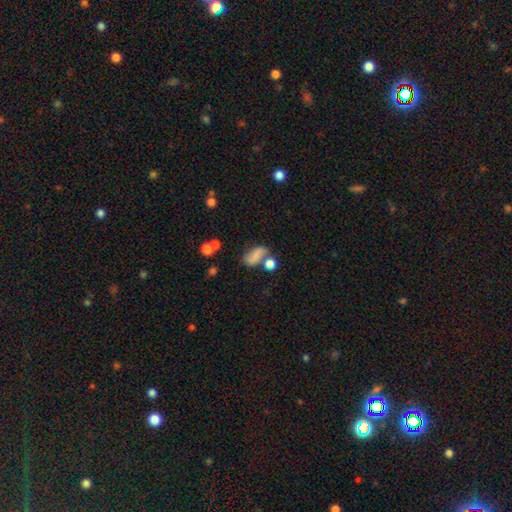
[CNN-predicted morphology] smooth-or-featured: smooth: 57% | featured or disk: 31% | star or artifact: 13%
  how-rounded: in between: 83% | round: 13% | cigar-shaped: 4%
  merging: none: 42% | merger: 25% | minor disturbance: 21% | major disturbance: 12%